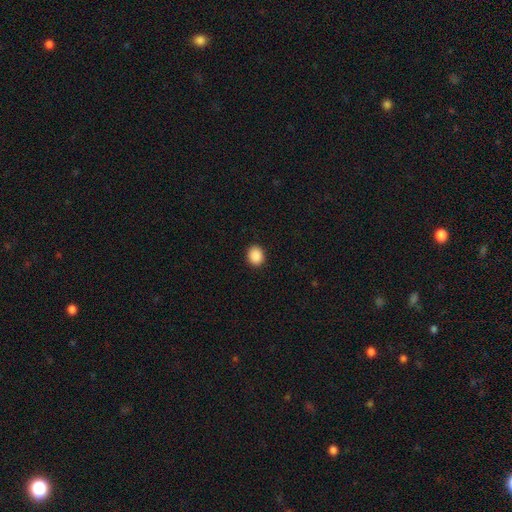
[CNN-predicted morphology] The model was most divided on "how rounded": round: 65%, in between: 34%, cigar-shaped: 1%. More confident: merging — none (91%); smooth or featured — smooth (89%).